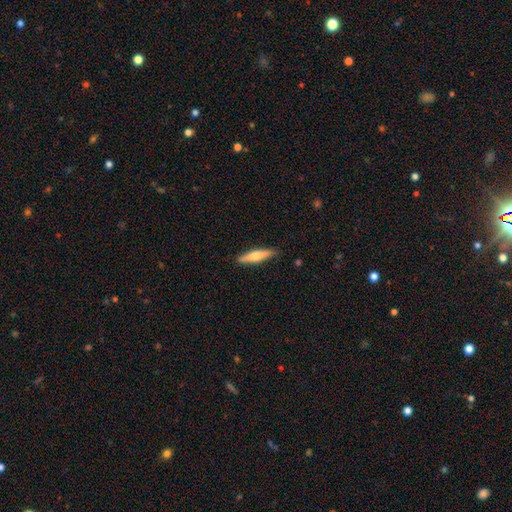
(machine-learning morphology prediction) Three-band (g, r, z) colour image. It shows a smooth galaxy with no disk features (63%) that is cigar-shaped (84%). Merging: none (88%).